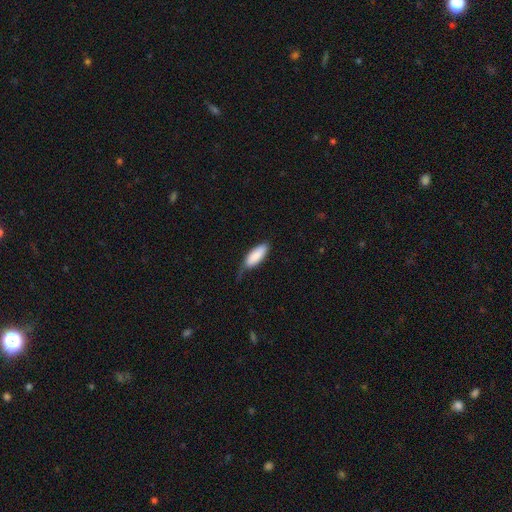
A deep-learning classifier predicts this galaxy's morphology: smooth 85%, featured or disk 9%, star or artifact 5%. Down the decision tree: how rounded — in between (74%); merging — minor disturbance (41%).